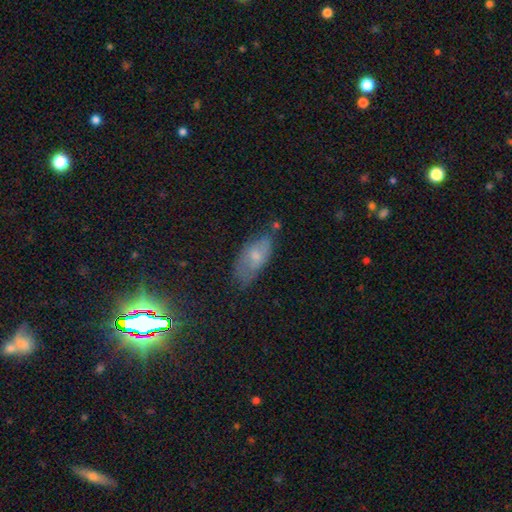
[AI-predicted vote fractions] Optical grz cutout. It shows a smooth galaxy with no disk features (57%) that is in between round and cigar-shaped (87%). Merging: none (57%).